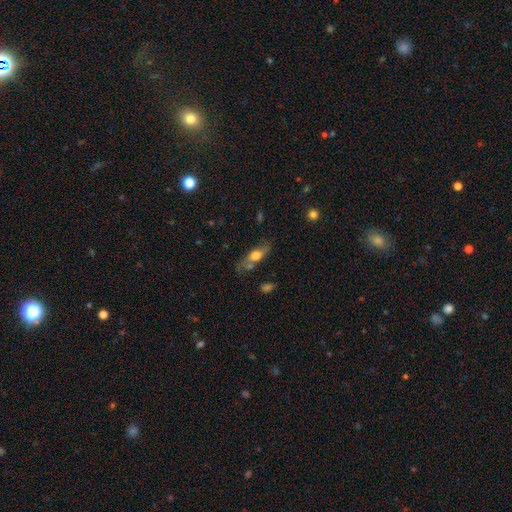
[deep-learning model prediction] Smooth or featured? smooth (49%)
Merging? none (58%)